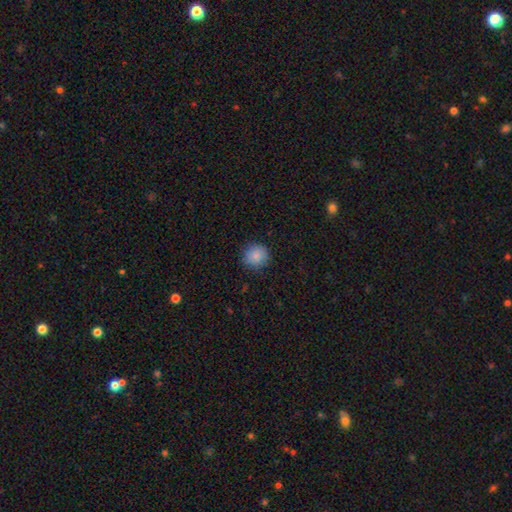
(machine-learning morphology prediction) This is clearly a smooth galaxy (87%). How rounded: clearly round (91%). Merging: clearly none (89%).